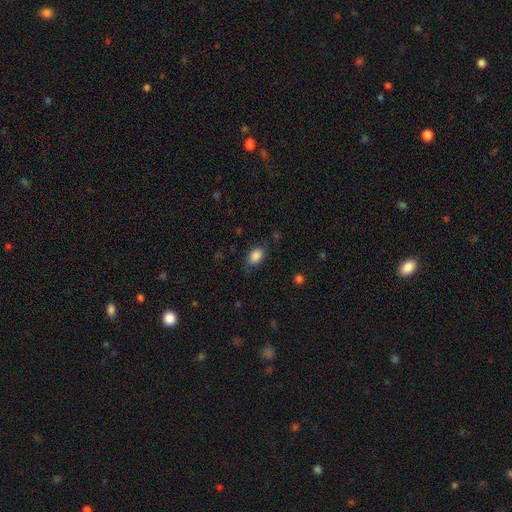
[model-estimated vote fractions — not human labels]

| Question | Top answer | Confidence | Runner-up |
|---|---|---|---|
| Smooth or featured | smooth | 86% | star or artifact (8%) |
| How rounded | in between | 84% | round (14%) |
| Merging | none | 72% | minor disturbance (21%) |